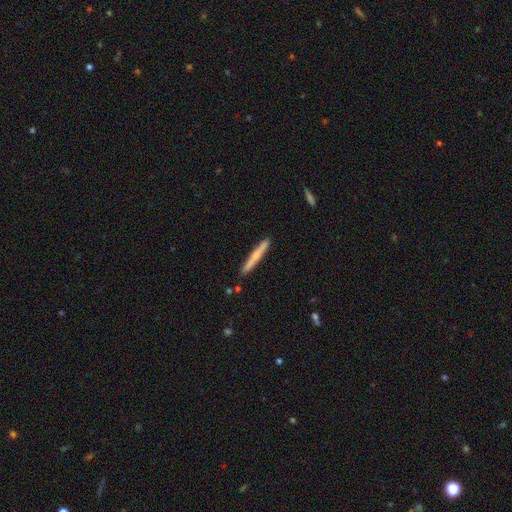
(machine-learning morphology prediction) Smooth or featured: smooth — 61% (featured or disk — 33%)
How rounded: cigar-shaped — 96% (in between — 2%)
Merging: none — 88% (minor disturbance — 8%)